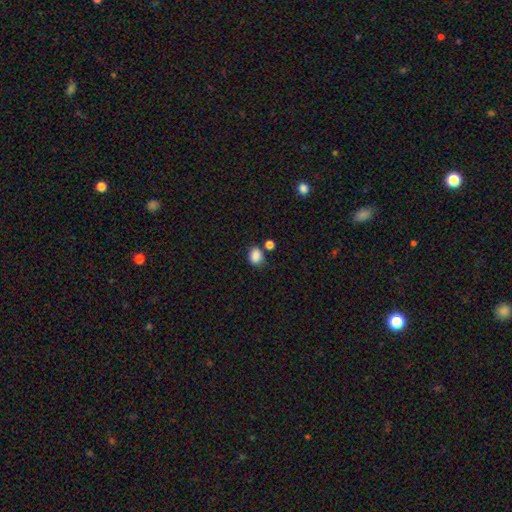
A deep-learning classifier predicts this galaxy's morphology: smooth 86%, star or artifact 10%, featured or disk 4%. Down the decision tree: how rounded — in between (60%); merging — none (64%).